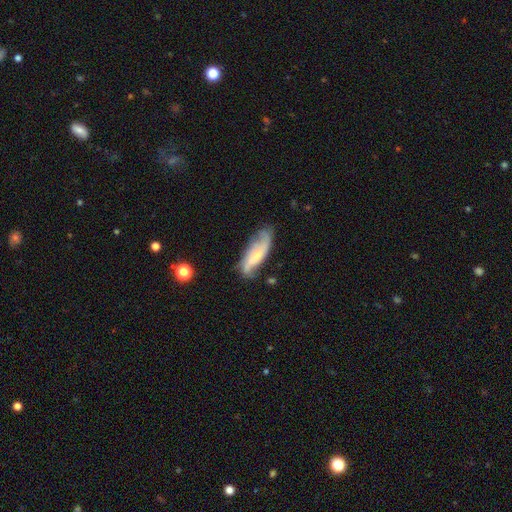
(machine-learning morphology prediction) smooth-or-featured: featured or disk: 68% | smooth: 26% | star or artifact: 6%
  disk-edge-on: no: 86% | yes: 14%
    bar: no: 47% | weak: 39% | strong: 14%
    has-spiral-arms: yes: 92% | no: 8%
      spiral-winding: loose: 47% | medium: 37% | tight: 16%
      spiral-arm-count: 2: 71% | can't tell: 13% | 3: 8% | 1: 4% | 4: 2% | more than 4: 2%
    bulge-size: small: 47% | moderate: 38% | none: 9% | large: 4% | dominant: 1%
  merging: none: 63% | minor disturbance: 24% | major disturbance: 9% | merger: 3%